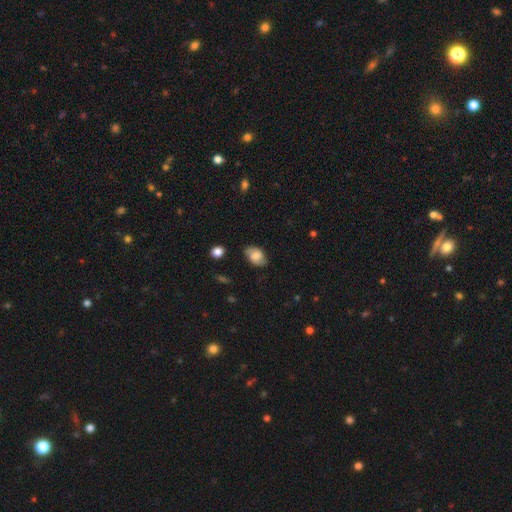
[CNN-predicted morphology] smooth_or_featured: smooth (p=0.69) [alt: featured or disk p=0.23]
how_rounded: in between (p=0.86) [alt: round p=0.13]
merging: none (p=0.72) [alt: minor disturbance p=0.21]